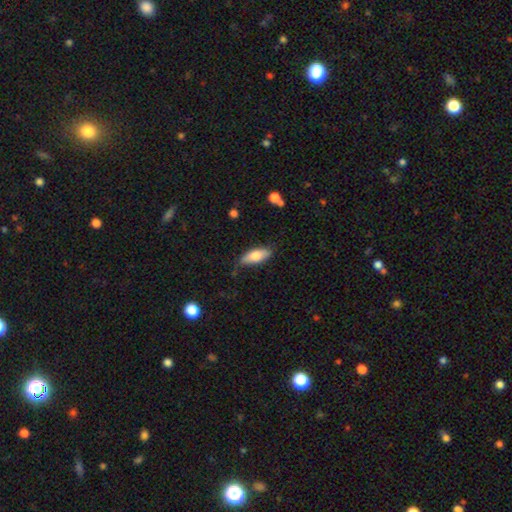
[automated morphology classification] Smooth or featured?
  - smooth: 75% *
  - featured or disk: 19%
  - star or artifact: 6%
How rounded?
  - in between: 78% *
  - cigar-shaped: 20%
  - round: 2%
Merging?
  - none: 72% *
  - minor disturbance: 21%
  - major disturbance: 4%
  - merger: 2%